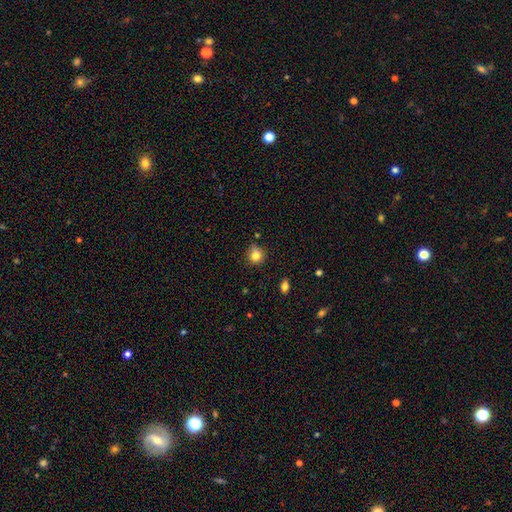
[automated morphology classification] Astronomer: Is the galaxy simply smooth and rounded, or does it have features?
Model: smooth — 81%.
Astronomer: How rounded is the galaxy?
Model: round — 83%.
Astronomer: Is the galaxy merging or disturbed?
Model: none — 71%.